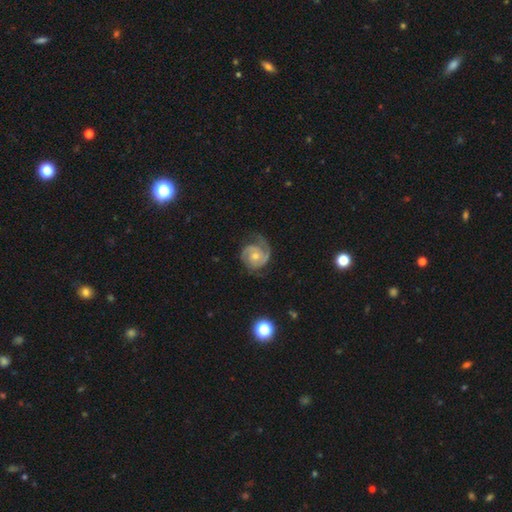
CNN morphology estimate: A featured or disk galaxy (88%) with no bar (74%), 2 (72%) tight (54%) spiral arms (98%) and a small central bulge (48%).

Vote fractions:
- Smooth or featured? featured or disk: 88% / smooth: 8% / star or artifact: 5%
- Edge-on disk? no: 98% / yes: 2%
- Bar? no: 74% / weak: 22% / strong: 4%
- Spiral arms? yes: 98% / no: 2%
- Spiral winding? tight: 54% / medium: 38% / loose: 9%
- Spiral arm count? 2: 72% / 3: 12% / can't tell: 7% / 1: 5% / 4: 2% / more than 4: 2%
- Bulge size? small: 48% / moderate: 47% / none: 2% / large: 2% / dominant: 1%
- Merging? none: 68% / minor disturbance: 20% / major disturbance: 11% / merger: 1%